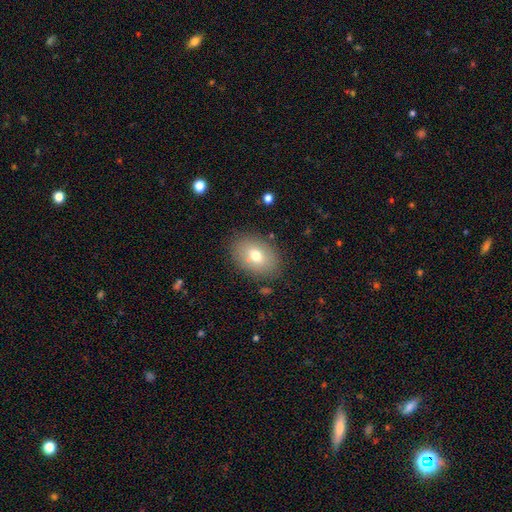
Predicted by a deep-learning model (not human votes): Smooth or featured?
  - smooth: 72% *
  - featured or disk: 19%
  - star or artifact: 10%
How rounded?
  - in between: 80% *
  - round: 19%
  - cigar-shaped: 1%
Merging?
  - none: 83% *
  - minor disturbance: 12%
  - major disturbance: 4%
  - merger: 2%